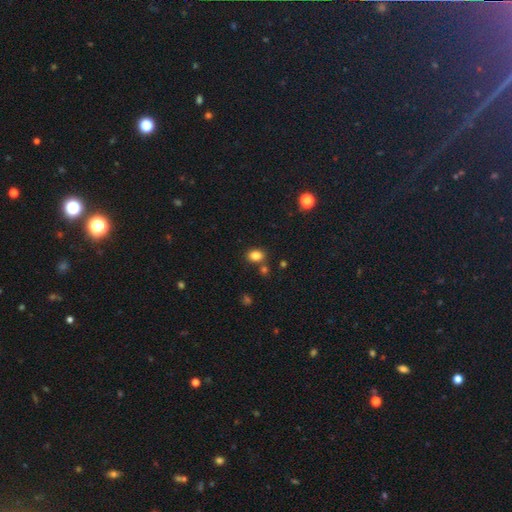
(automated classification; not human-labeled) smooth_or_featured: smooth (p=0.83) [alt: star or artifact p=0.12]
how_rounded: in between (p=0.66) [alt: round p=0.33]
merging: none (p=0.75) [alt: minor disturbance p=0.11]